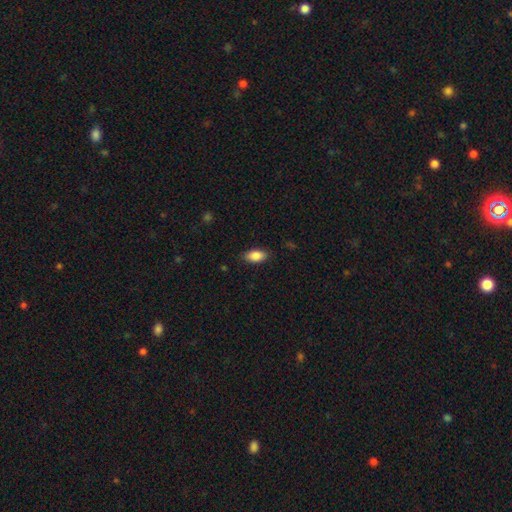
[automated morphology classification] A smooth galaxy with no disk features (87%) that is in between round and cigar-shaped (92%).

Vote fractions:
- Smooth or featured? smooth: 87% / star or artifact: 7% / featured or disk: 5%
- How rounded? in between: 92% / round: 5% / cigar-shaped: 4%
- Merging? none: 85% / minor disturbance: 11% / major disturbance: 3% / merger: 1%